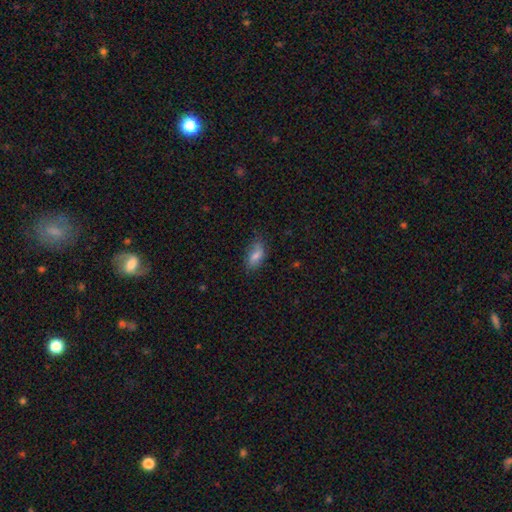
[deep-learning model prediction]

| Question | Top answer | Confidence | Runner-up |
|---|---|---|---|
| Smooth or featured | smooth | 73% | featured or disk (18%) |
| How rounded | in between | 89% | cigar-shaped (6%) |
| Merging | none | 68% | minor disturbance (25%) |